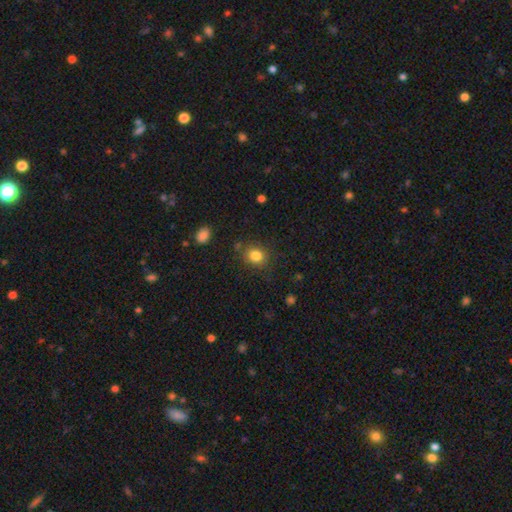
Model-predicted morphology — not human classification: Smooth or featured?
  - smooth: 83% *
  - star or artifact: 11%
  - featured or disk: 6%
How rounded?
  - round: 71% *
  - in between: 28%
  - cigar-shaped: 1%
Merging?
  - none: 81% *
  - minor disturbance: 11%
  - major disturbance: 4%
  - merger: 3%